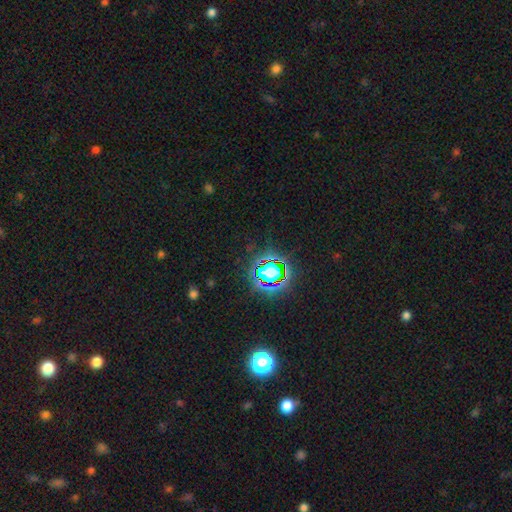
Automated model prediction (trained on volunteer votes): The model was most divided on "smooth or featured": star or artifact: 77%, smooth: 15%, featured or disk: 8%.